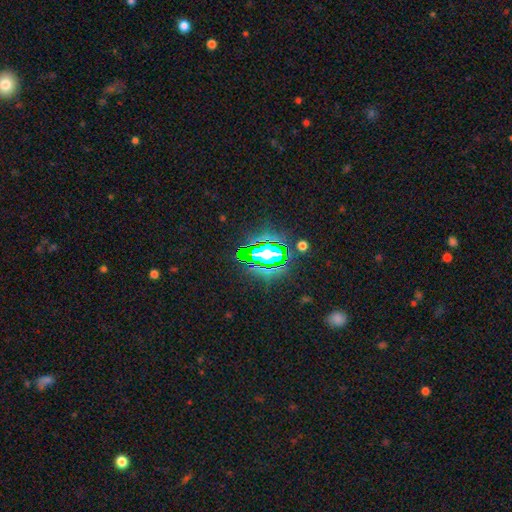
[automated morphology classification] Overall: star or artifact (73%).